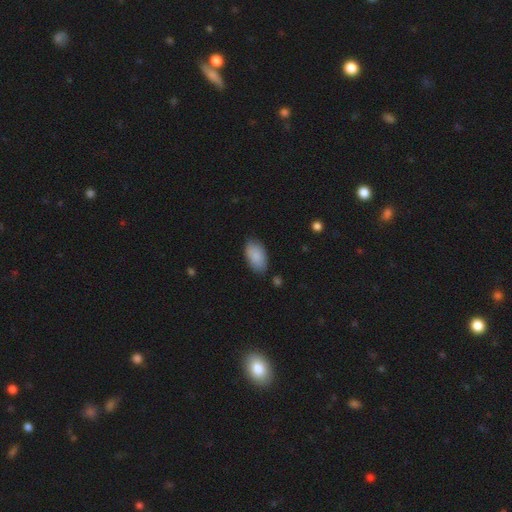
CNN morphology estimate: Q: Smooth or featured?
A: smooth (88%); runner-up: star or artifact (6%)
Q: How rounded?
A: in between (95%); runner-up: round (3%)
Q: Merging?
A: none (81%); runner-up: minor disturbance (14%)